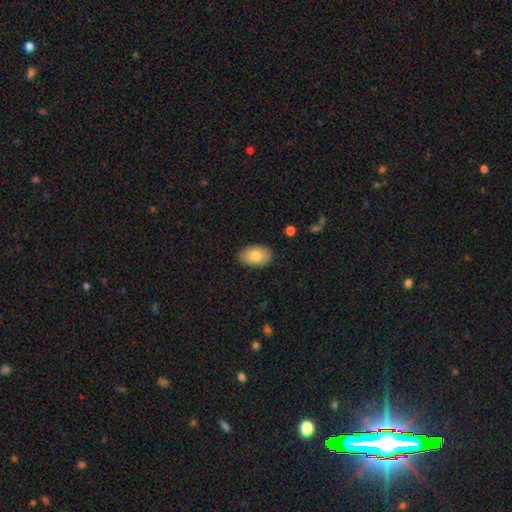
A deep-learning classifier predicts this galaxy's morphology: Overall: smooth (83%). How rounded: in between (92%). Merging: none (88%).